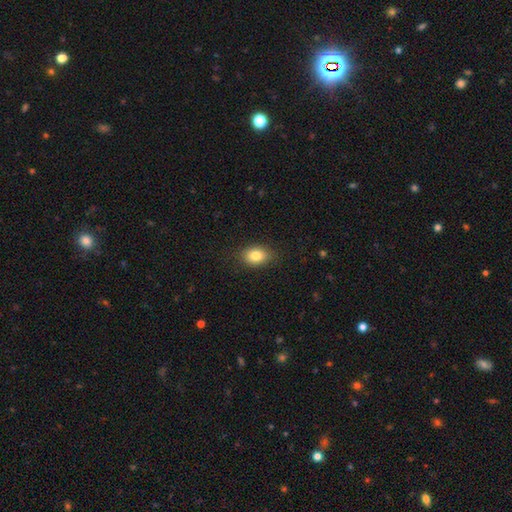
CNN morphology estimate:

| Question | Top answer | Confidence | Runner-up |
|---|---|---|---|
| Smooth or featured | smooth | 83% | star or artifact (9%) |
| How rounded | in between | 74% | round (24%) |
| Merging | none | 85% | minor disturbance (11%) |